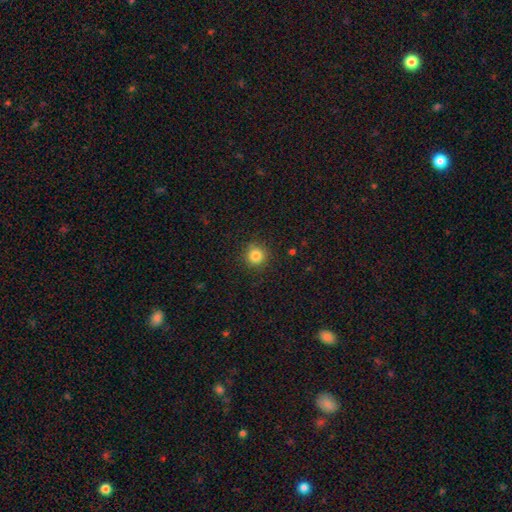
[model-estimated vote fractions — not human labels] Smooth or featured: smooth — 83% (star or artifact — 12%)
How rounded: round — 94% (in between — 5%)
Merging: none — 89% (minor disturbance — 7%)